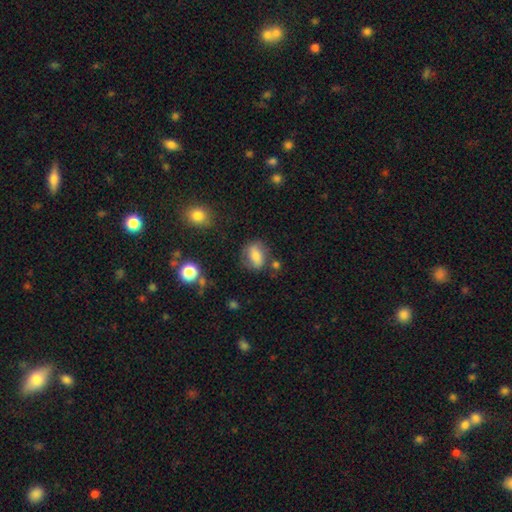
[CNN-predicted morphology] smooth-or-featured: smooth: 70% | featured or disk: 21% | star or artifact: 9%
  how-rounded: in between: 68% | round: 28% | cigar-shaped: 5%
  merging: none: 68% | minor disturbance: 18% | major disturbance: 8% | merger: 6%